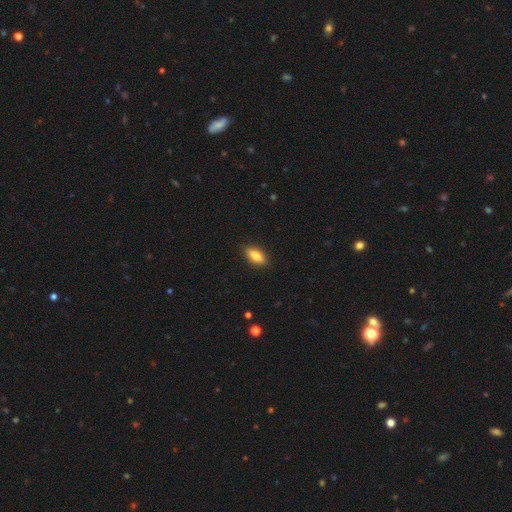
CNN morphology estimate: Smooth or featured? smooth (79%)
How rounded? in between (83%)
Merging? none (88%)